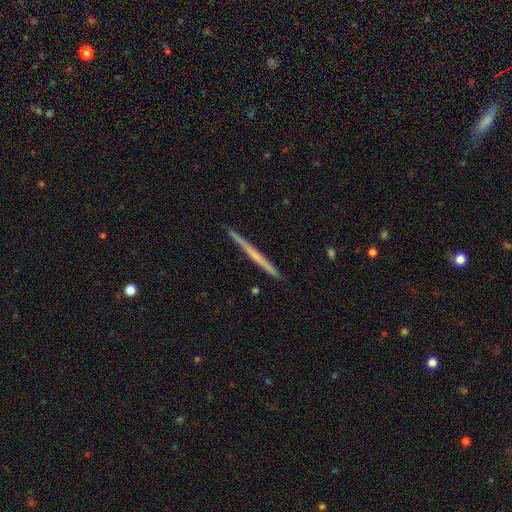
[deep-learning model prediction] Smooth or featured? Predicted: featured or disk (p=0.56). Edge-on disk? Predicted: yes (p=0.98). Edge-on bulge? Predicted: none (p=0.84). Merging? Predicted: none (p=0.92).